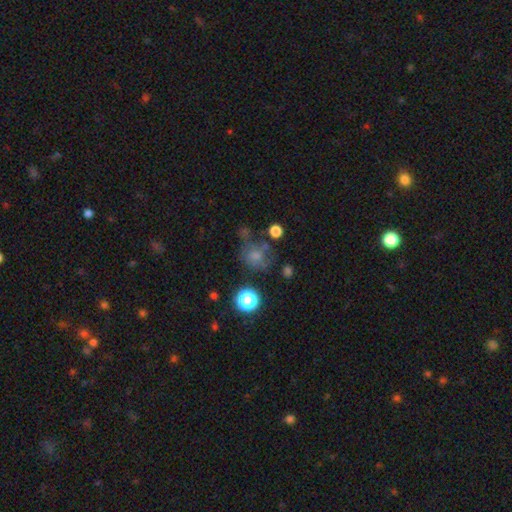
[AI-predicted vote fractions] Morphology: type=smooth (65%); roundness=round (74%); merging=none (48%).